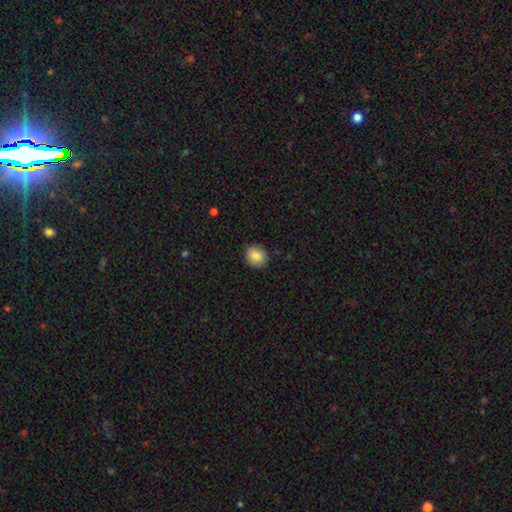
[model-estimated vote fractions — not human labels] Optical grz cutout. It shows a smooth galaxy with no disk features (84%) that is round (79%). Merging: none (89%).